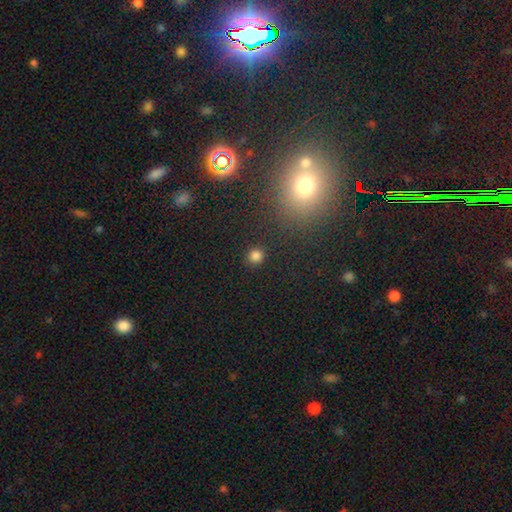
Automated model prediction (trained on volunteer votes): This appears to be a smooth galaxy with no disk features (81%) that is round (90%). Merging: none (90%).